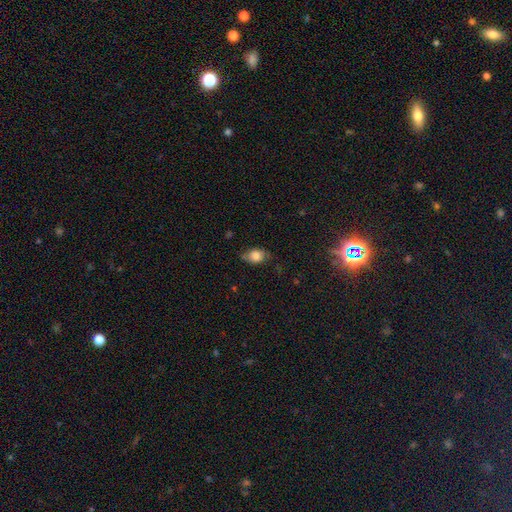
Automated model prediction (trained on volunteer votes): smooth_or_featured: smooth (p=0.78) [alt: featured or disk p=0.13]
how_rounded: in between (p=0.73) [alt: round p=0.25]
merging: none (p=0.66) [alt: minor disturbance p=0.25]